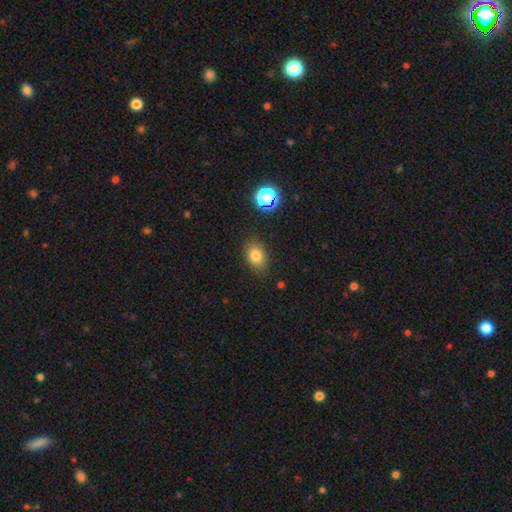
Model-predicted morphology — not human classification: Smooth or featured? Predicted: smooth (p=0.79). How rounded? Predicted: in between (p=0.69). Merging? Predicted: none (p=0.84).